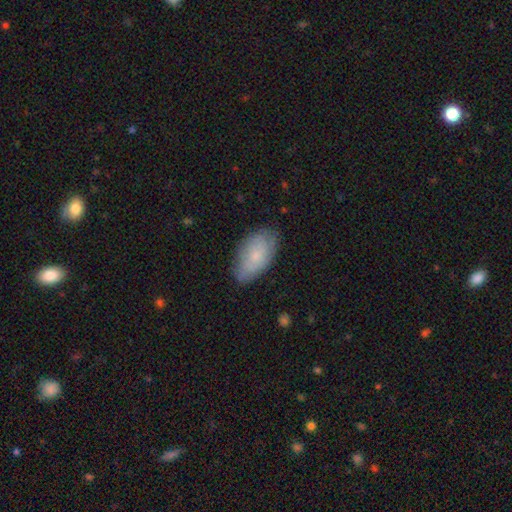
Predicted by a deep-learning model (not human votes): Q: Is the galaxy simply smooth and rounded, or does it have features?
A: smooth — 68%.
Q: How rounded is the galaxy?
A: in between — 94%.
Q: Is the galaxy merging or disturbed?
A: none — 74%.